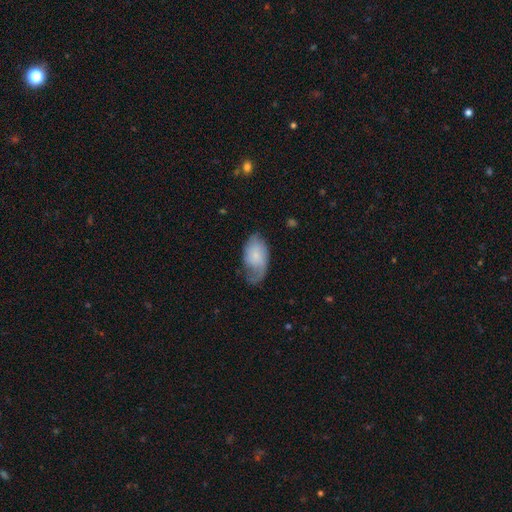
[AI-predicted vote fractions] Overall: smooth (50%; featured or disk 43%). How rounded: in between (92%). Merging: none (40%; minor disturbance 34%).